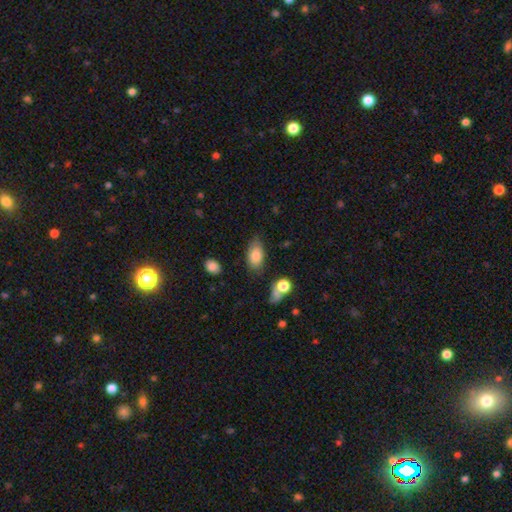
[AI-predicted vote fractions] Overall: smooth (81%). How rounded: in between (90%). Merging: none (68%).